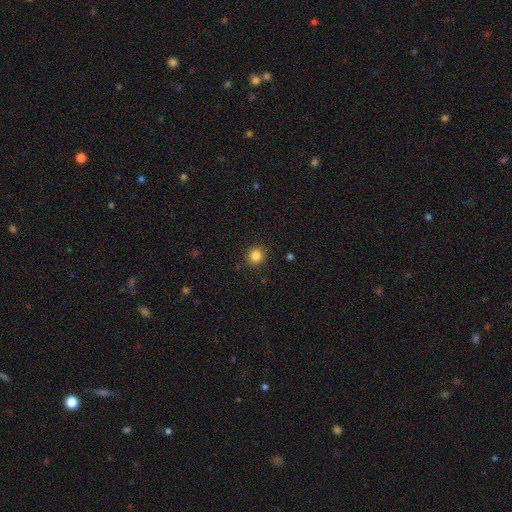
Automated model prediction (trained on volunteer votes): A smooth galaxy with no disk features (84%) that is round (90%). Merging: none (90%).